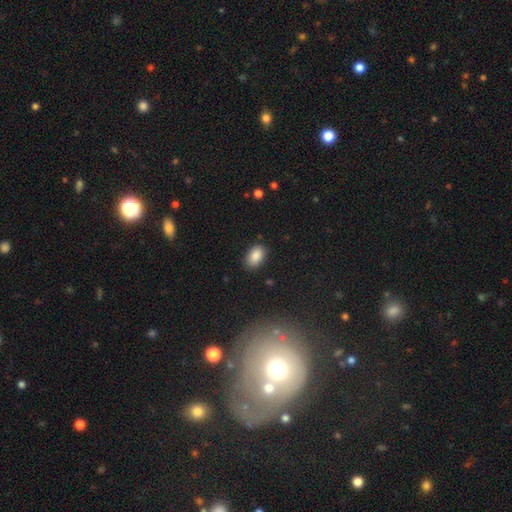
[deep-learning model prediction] Overall: smooth (87%). How rounded: in between (90%). Merging: none (85%).